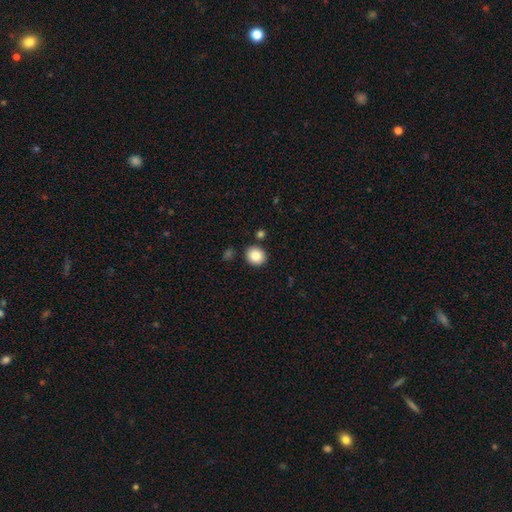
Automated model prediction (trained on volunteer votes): Smooth or featured? smooth (85%)
How rounded? round (79%)
Merging? none (87%)